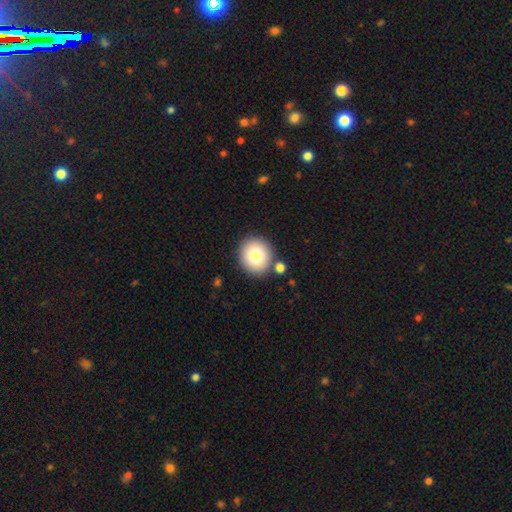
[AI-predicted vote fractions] Smooth or featured? smooth (79%)
How rounded? round (86%)
Merging? none (82%)